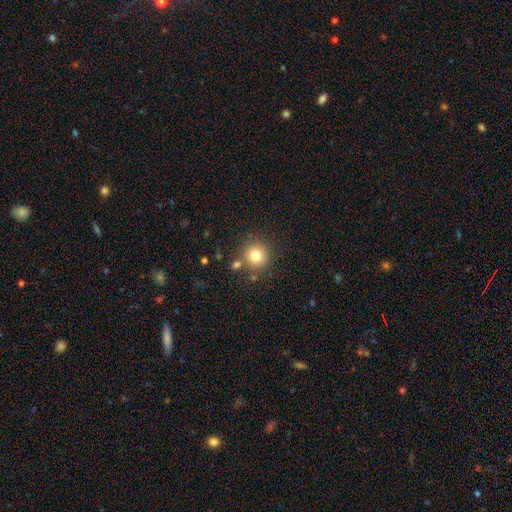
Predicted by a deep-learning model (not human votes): smooth-or-featured: smooth: 79% | star or artifact: 13% | featured or disk: 9%
  how-rounded: round: 93% | in between: 6% | cigar-shaped: 1%
  merging: none: 80% | minor disturbance: 9% | merger: 8% | major disturbance: 3%